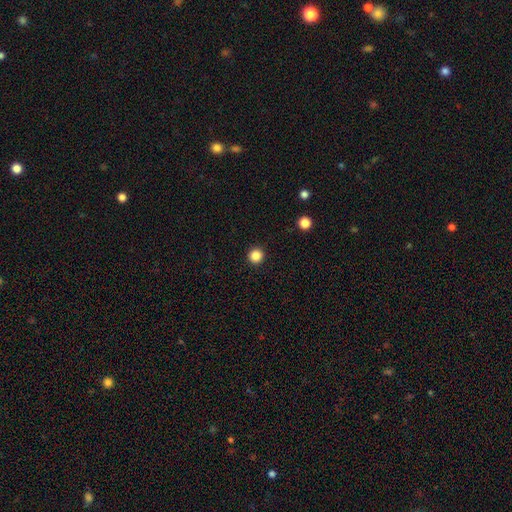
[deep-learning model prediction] Morphology: type=smooth (86%); roundness=round (95%); merging=none (93%).